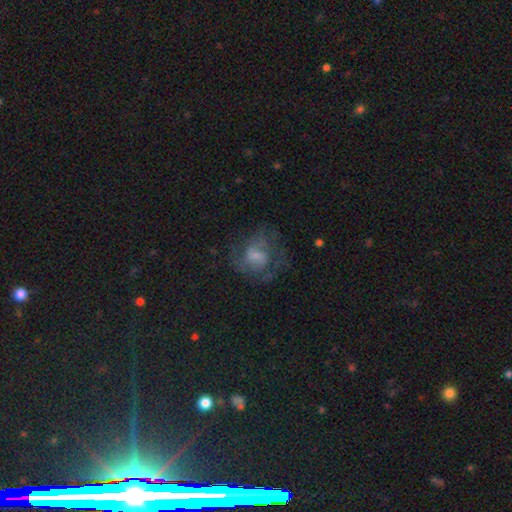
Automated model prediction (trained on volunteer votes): smooth_or_featured: featured or disk (p=0.52) [alt: smooth p=0.33]
disk_edge_on: no (p=0.97) [alt: yes p=0.03]
bar: no (p=0.51) [alt: weak p=0.41]
has_spiral_arms: yes (p=0.67) [alt: no p=0.33]
bulge_size: moderate (p=0.34) [alt: small p=0.33]
merging: none (p=0.53) [alt: major disturbance p=0.25]